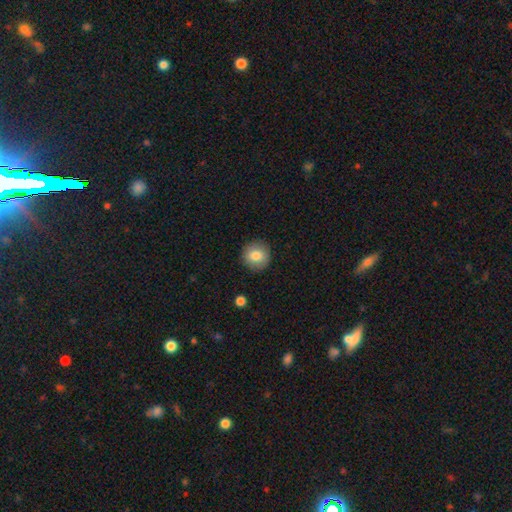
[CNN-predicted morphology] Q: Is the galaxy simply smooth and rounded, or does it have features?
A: smooth — 81%.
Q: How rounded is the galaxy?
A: round — 93%.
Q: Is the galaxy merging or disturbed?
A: none — 90%.